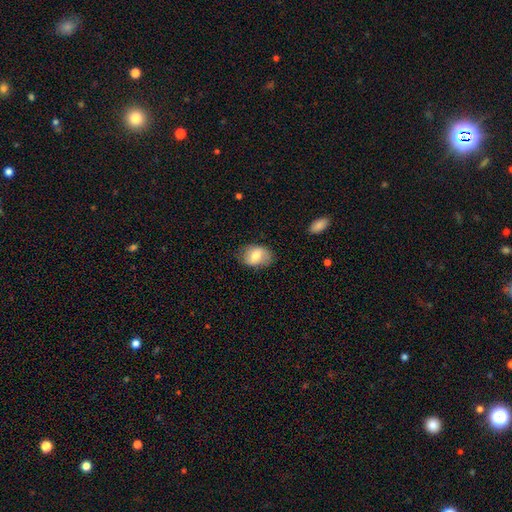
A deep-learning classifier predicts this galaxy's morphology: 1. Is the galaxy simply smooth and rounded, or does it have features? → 68% smooth, 25% featured or disk, 7% star or artifact.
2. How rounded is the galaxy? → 76% in between, 23% round, 1% cigar-shaped.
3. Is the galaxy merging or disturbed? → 74% none, 20% minor disturbance, 5% major disturbance, 1% merger.